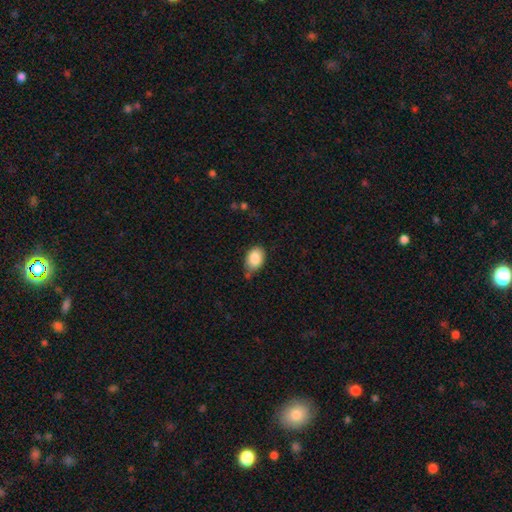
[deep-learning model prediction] A smooth galaxy with no disk features (86%) that is in between round and cigar-shaped (82%). Merging: none (55%).